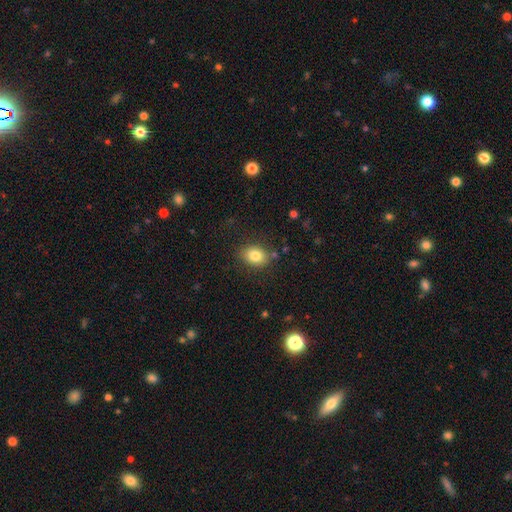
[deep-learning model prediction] The model was most divided on "how rounded": in between: 66%, round: 33%, cigar-shaped: 1%. More confident: merging — none (83%); smooth or featured — smooth (82%).